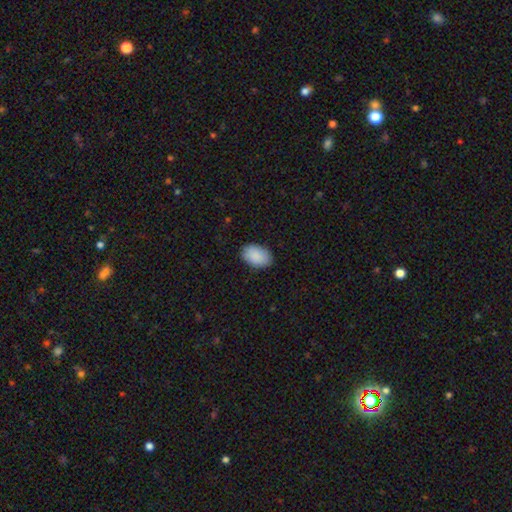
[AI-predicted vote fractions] smooth 90%, star or artifact 6%, featured or disk 4%. Down the decision tree: how rounded — in between (91%); merging — none (85%).